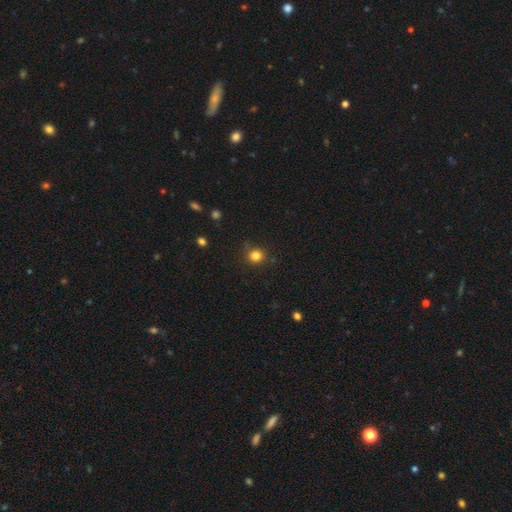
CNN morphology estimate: Smooth or featured? smooth (82%)
How rounded? round (91%)
Merging? none (84%)